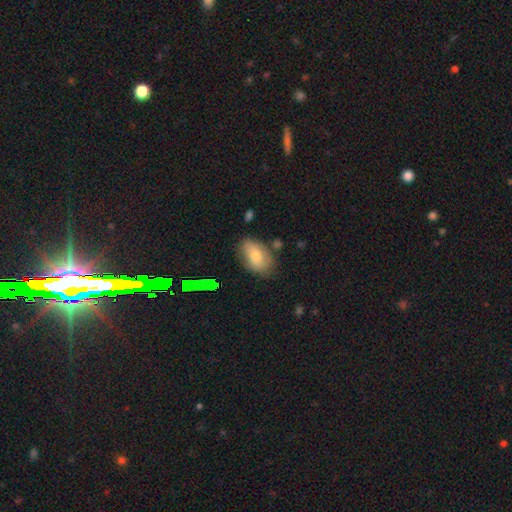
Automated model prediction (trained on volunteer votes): The model was most divided on "merging": none: 70%, minor disturbance: 21%, major disturbance: 5%, merger: 4%. More confident: how rounded — in between (89%); smooth or featured — smooth (73%).